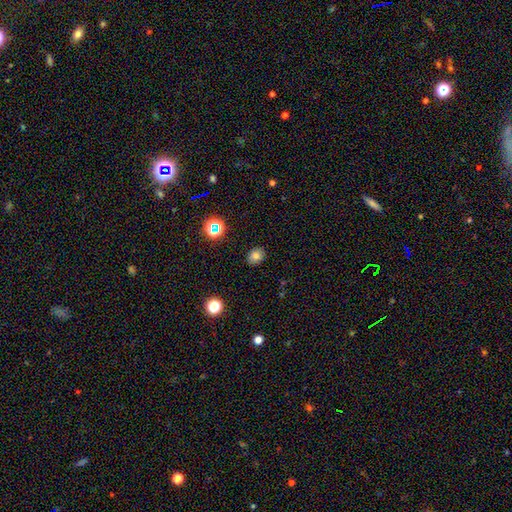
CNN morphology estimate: This appears to be a smooth galaxy with no disk features (76%) that is in between round and cigar-shaped (53%). Merging: none (86%).